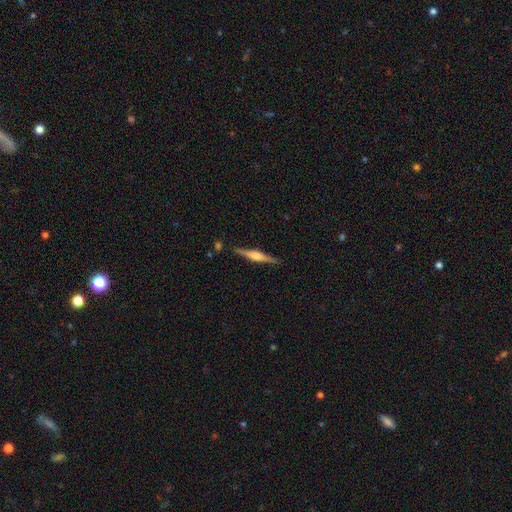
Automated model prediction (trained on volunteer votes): smooth-or-featured: featured or disk: 75% | smooth: 19% | star or artifact: 6%
  disk-edge-on: yes: 98% | no: 2%
    edge-on-bulge: rounded: 79% | boxy: 16% | none: 5%
  merging: none: 89% | minor disturbance: 8% | merger: 2% | major disturbance: 2%